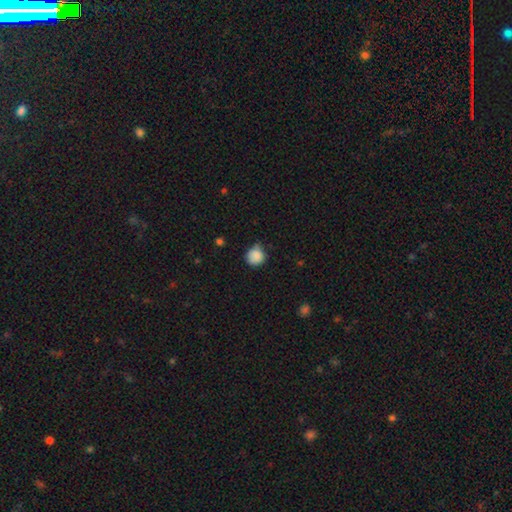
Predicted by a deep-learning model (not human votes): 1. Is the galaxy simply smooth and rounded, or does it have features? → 85% smooth, 9% star or artifact, 6% featured or disk.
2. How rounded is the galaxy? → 84% round, 15% in between, 1% cigar-shaped.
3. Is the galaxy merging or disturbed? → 55% none, 36% minor disturbance, 7% major disturbance, 2% merger.